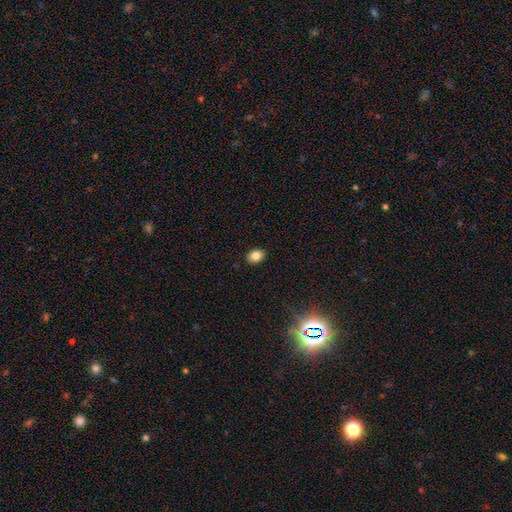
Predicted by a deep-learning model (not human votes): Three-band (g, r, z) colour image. It shows a smooth galaxy with no disk features (83%) that is in between round and cigar-shaped (71%). Merging: none (89%).